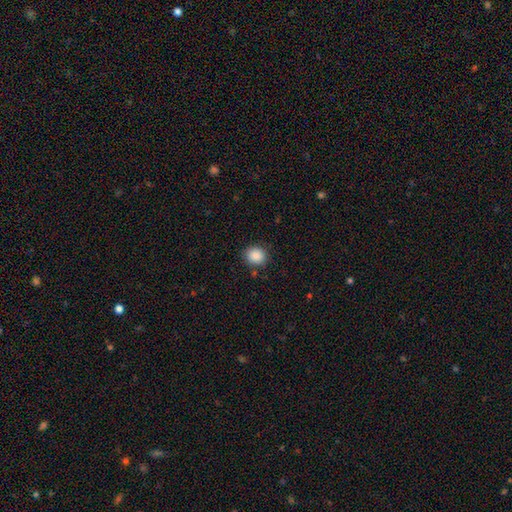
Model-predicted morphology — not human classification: smooth-or-featured: smooth: 89% | star or artifact: 9% | featured or disk: 3%
  how-rounded: round: 76% | in between: 23% | cigar-shaped: 1%
  merging: none: 87% | minor disturbance: 9% | major disturbance: 3% | merger: 1%